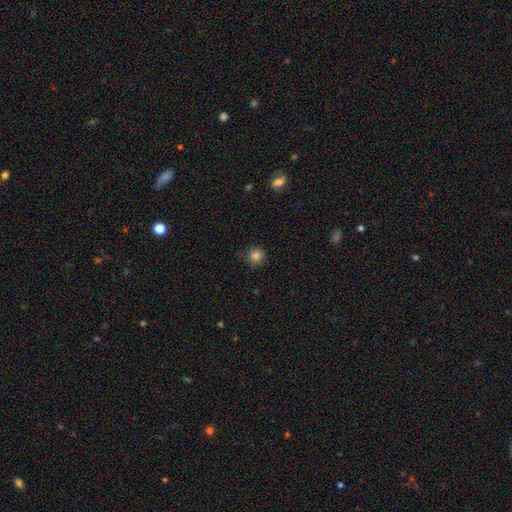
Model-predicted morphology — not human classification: Q: Smooth or featured?
A: smooth (83%); runner-up: star or artifact (12%)
Q: How rounded?
A: round (94%); runner-up: in between (5%)
Q: Merging?
A: none (83%); runner-up: minor disturbance (13%)